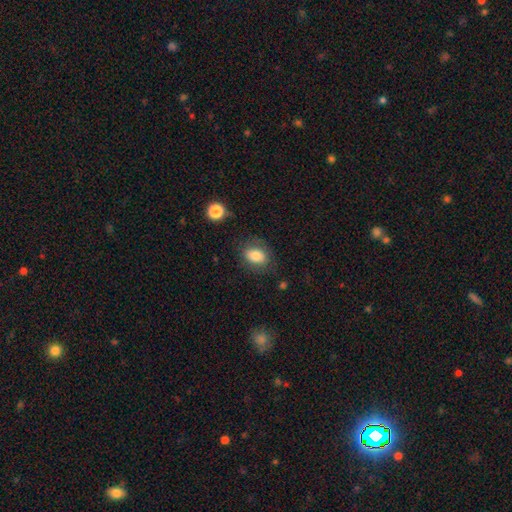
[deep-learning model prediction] A smooth galaxy with no disk features (80%) that is in between round and cigar-shaped (72%). Merging: none (75%).